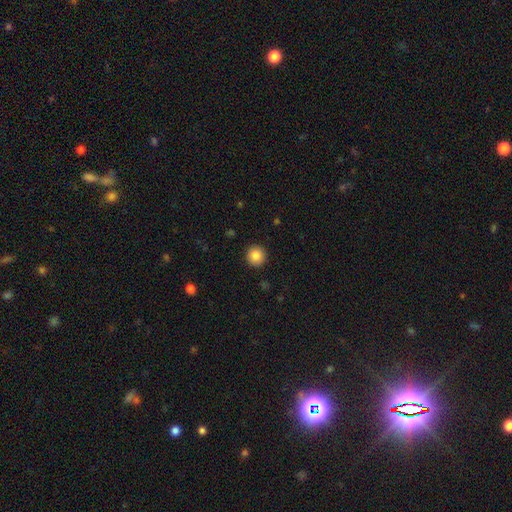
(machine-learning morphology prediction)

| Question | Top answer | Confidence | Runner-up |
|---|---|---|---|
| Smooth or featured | smooth | 86% | star or artifact (9%) |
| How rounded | round | 95% | in between (4%) |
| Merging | none | 93% | minor disturbance (5%) |